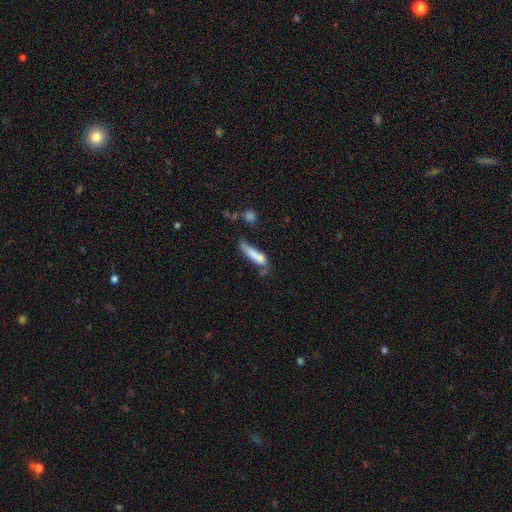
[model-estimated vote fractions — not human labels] This appears to be a smooth galaxy with no disk features (75%) that is cigar-shaped (75%). Merging: none (41%).